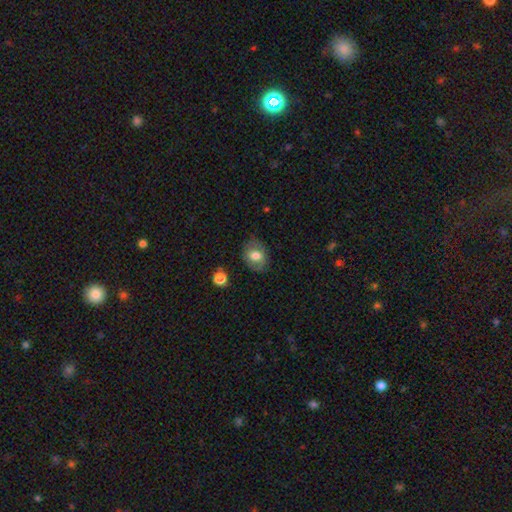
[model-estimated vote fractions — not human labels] This appears to be a smooth galaxy with no disk features (69%) that is in between round and cigar-shaped (60%). Merging: none (77%).